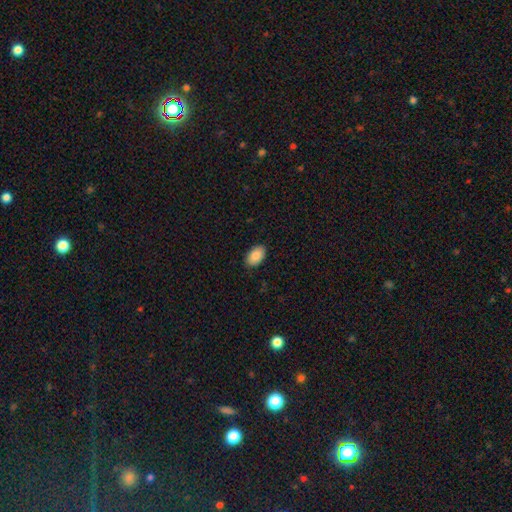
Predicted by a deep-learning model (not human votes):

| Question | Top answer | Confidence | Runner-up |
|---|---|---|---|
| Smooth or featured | smooth | 88% | star or artifact (7%) |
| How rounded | in between | 94% | round (5%) |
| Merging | none | 89% | minor disturbance (8%) |